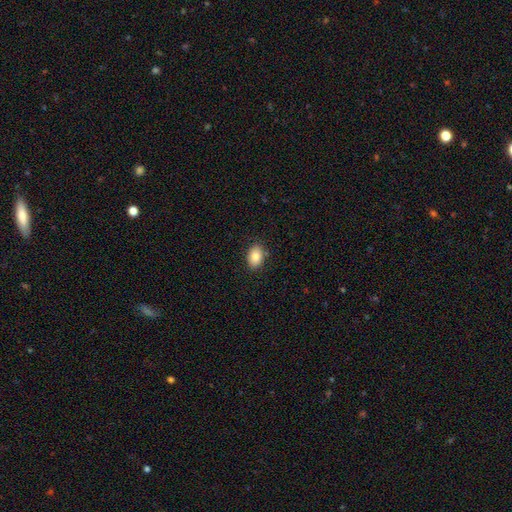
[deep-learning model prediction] Smooth or featured? smooth (86%)
How rounded? in between (86%)
Merging? none (85%)